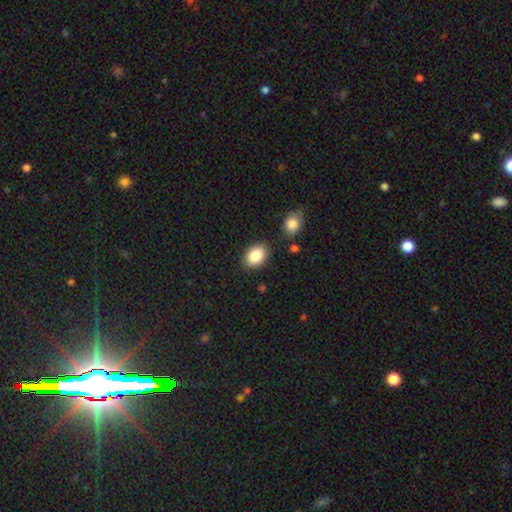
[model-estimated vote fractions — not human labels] The model was most divided on "how rounded": in between: 71%, round: 28%, cigar-shaped: 1%. More confident: smooth or featured — smooth (86%); merging — none (84%).